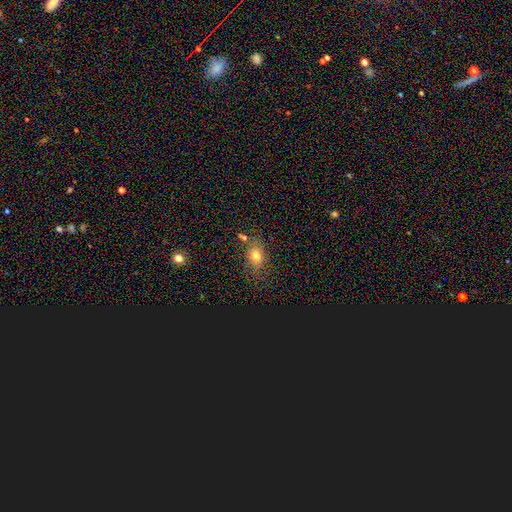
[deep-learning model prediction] Smooth or featured?
  - smooth: 72% *
  - star or artifact: 17%
  - featured or disk: 12%
How rounded?
  - in between: 67% *
  - round: 30%
  - cigar-shaped: 3%
Merging?
  - none: 71% *
  - minor disturbance: 16%
  - merger: 7%
  - major disturbance: 6%